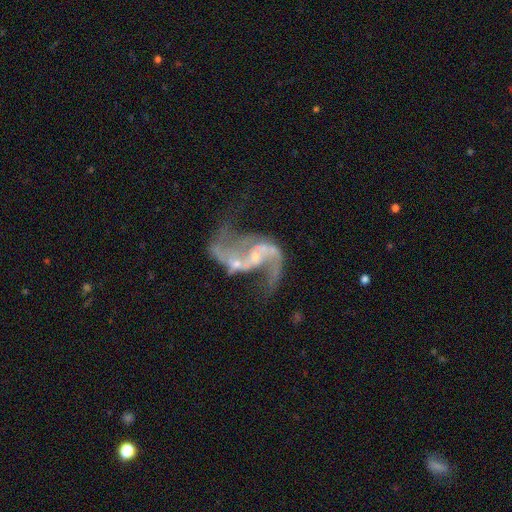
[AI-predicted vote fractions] Smooth or featured? featured or disk (90%)
Edge-on disk? no (98%)
Bar? weak (42%)
Spiral arms? yes (95%)
Spiral winding? loose (76%)
Spiral arm count? 2 (91%)
Bulge size? small (63%)
Merging? none (43%)